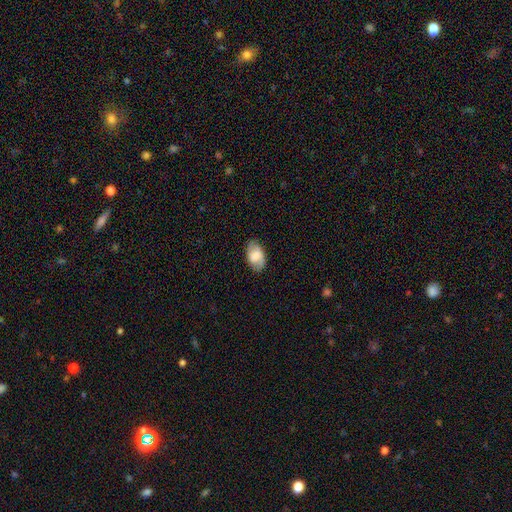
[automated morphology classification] type=smooth (52%); roundness=in between (92%); merging=none (80%).